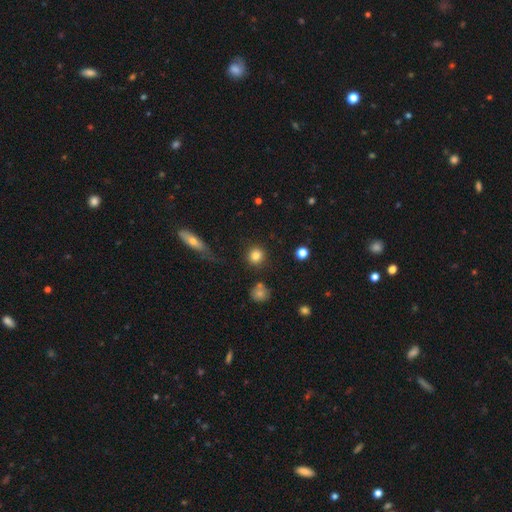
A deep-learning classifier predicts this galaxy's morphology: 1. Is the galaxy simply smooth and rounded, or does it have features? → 83% smooth, 11% star or artifact, 6% featured or disk.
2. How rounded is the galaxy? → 89% round, 9% in between, 1% cigar-shaped.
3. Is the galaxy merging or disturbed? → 85% none, 8% minor disturbance, 3% merger, 3% major disturbance.